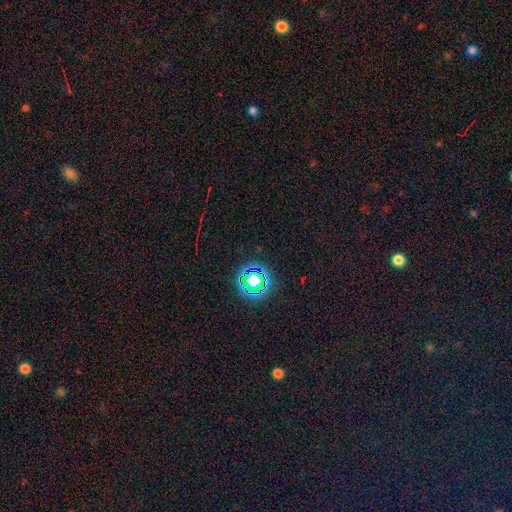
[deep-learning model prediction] Morphology: type=star or artifact (74%).